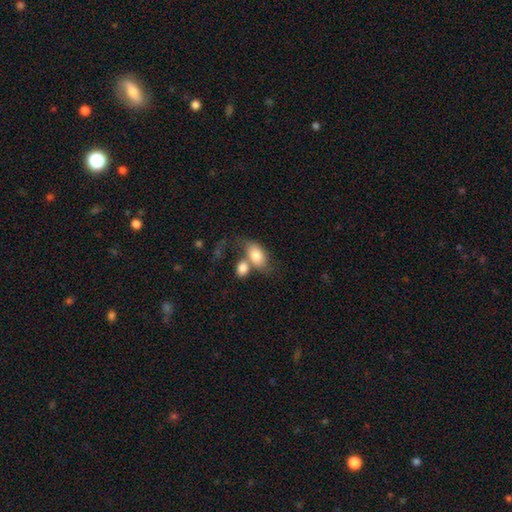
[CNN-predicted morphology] Overall: smooth (75%). How rounded: in between (85%). Merging: merger (52%; none 26%).